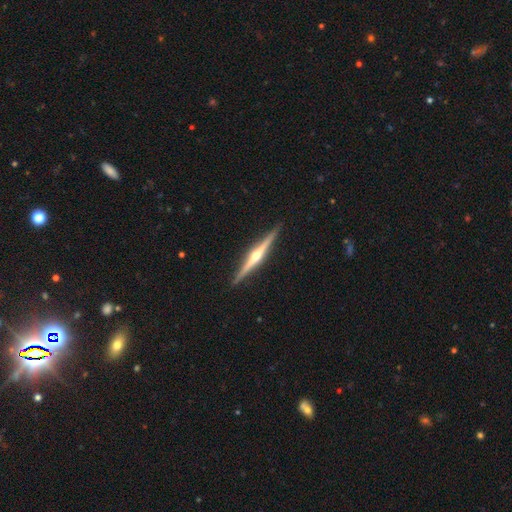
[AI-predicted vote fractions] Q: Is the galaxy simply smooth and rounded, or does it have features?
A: featured or disk — 84%.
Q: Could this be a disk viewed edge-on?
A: yes — 99%.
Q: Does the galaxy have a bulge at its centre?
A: rounded — 92%.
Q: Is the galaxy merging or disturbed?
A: none — 92%.